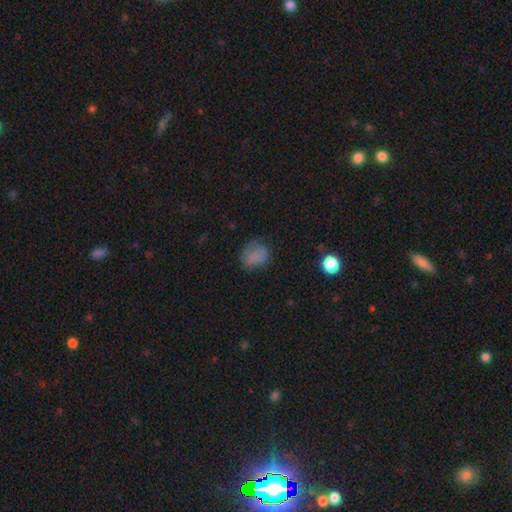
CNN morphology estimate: smooth_or_featured: smooth (p=0.73) [alt: star or artifact p=0.14]
how_rounded: round (p=0.59) [alt: in between p=0.40]
merging: none (p=0.61) [alt: minor disturbance p=0.26]